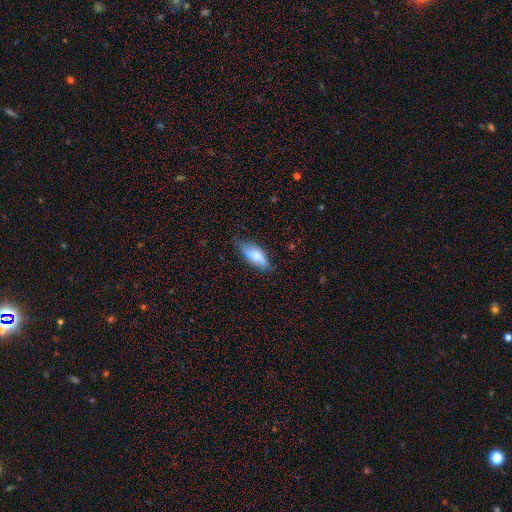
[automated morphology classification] smooth-or-featured: smooth: 79% | featured or disk: 14% | star or artifact: 7%
  how-rounded: in between: 78% | cigar-shaped: 19% | round: 2%
  merging: none: 62% | minor disturbance: 30% | major disturbance: 7% | merger: 2%